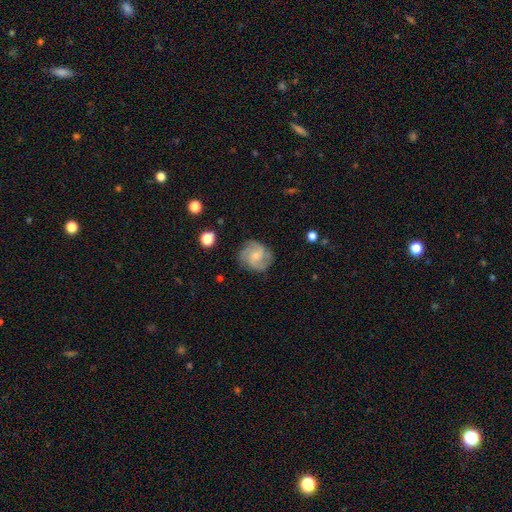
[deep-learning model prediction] featured or disk 76%, smooth 17%, star or artifact 7%. Down the decision tree: edge-on disk — no (98%); bar — no (66%); spiral arms — yes (95%); spiral arm count — 3 (38%); spiral winding — medium (48%); bulge size — small (62%); merging — none (79%).